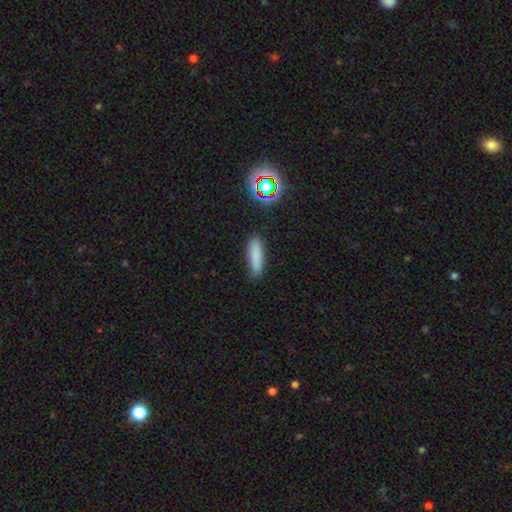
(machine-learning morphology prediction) Smooth or featured?
  - smooth: 81% *
  - star or artifact: 11%
  - featured or disk: 8%
How rounded?
  - cigar-shaped: 65% *
  - in between: 33%
  - round: 2%
Merging?
  - none: 82% *
  - minor disturbance: 13%
  - major disturbance: 3%
  - merger: 2%